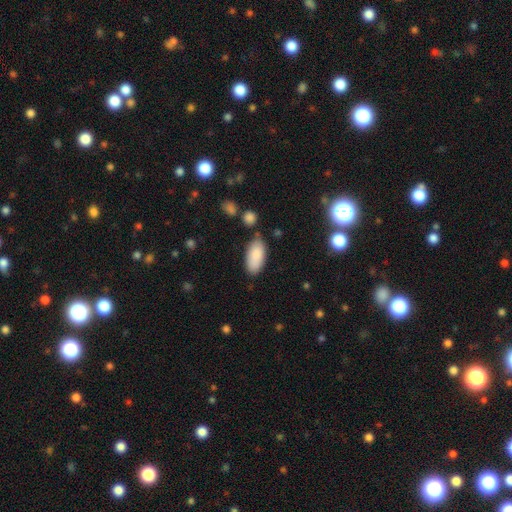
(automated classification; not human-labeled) Smooth or featured: smooth — 86% (featured or disk — 7%)
How rounded: in between — 93% (cigar-shaped — 5%)
Merging: none — 74% (minor disturbance — 17%)